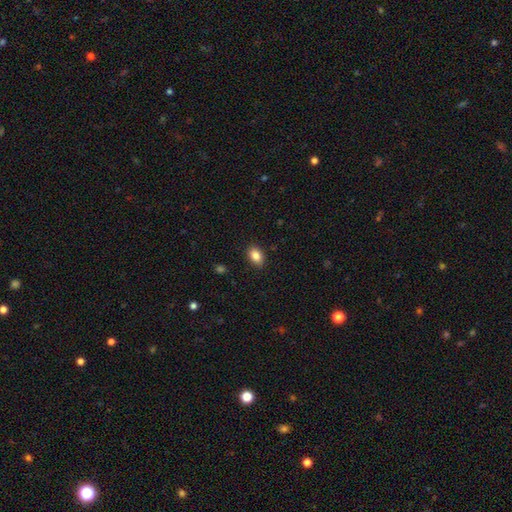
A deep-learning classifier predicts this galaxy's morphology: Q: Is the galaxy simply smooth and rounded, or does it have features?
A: smooth — 86%.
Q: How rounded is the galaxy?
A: in between — 86%.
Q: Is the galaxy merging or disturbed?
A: none — 88%.